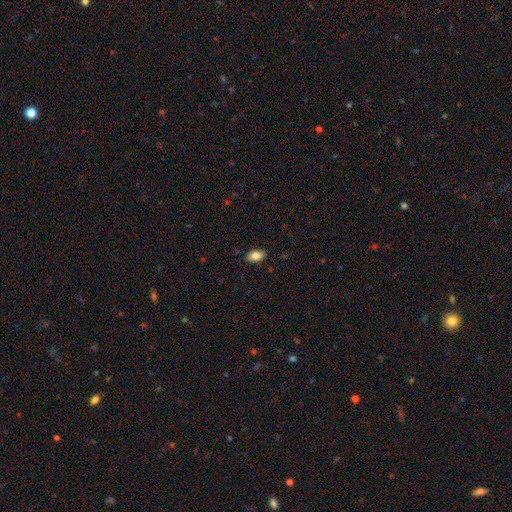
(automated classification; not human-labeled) Morphology: type=smooth (83%); roundness=in between (93%); merging=none (88%).